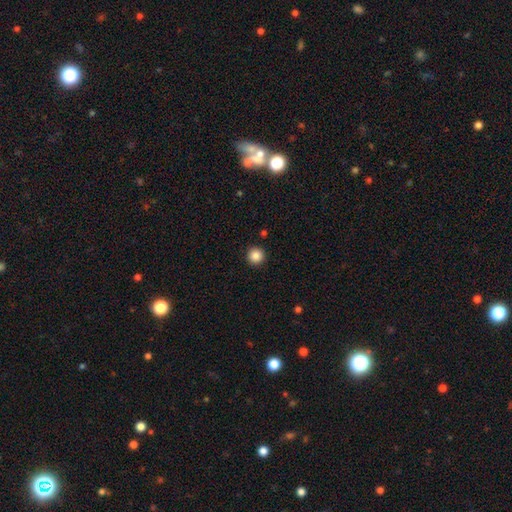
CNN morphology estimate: The model was most divided on "smooth or featured": smooth: 87%, star or artifact: 10%, featured or disk: 3%. More confident: how rounded — round (96%); merging — none (93%).